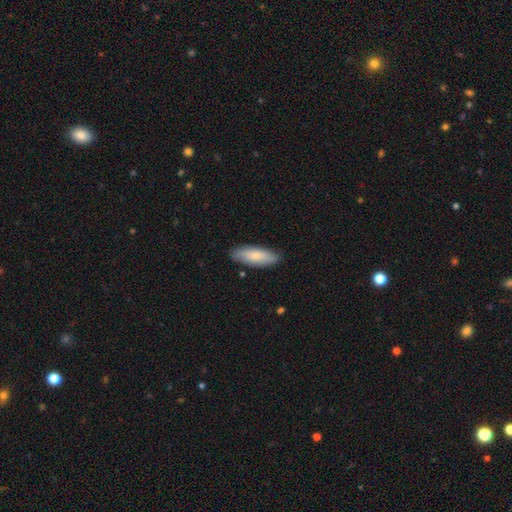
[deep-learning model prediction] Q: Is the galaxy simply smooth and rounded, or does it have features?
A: smooth — 80%.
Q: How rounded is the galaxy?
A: in between — 58%.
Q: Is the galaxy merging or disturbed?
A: none — 85%.